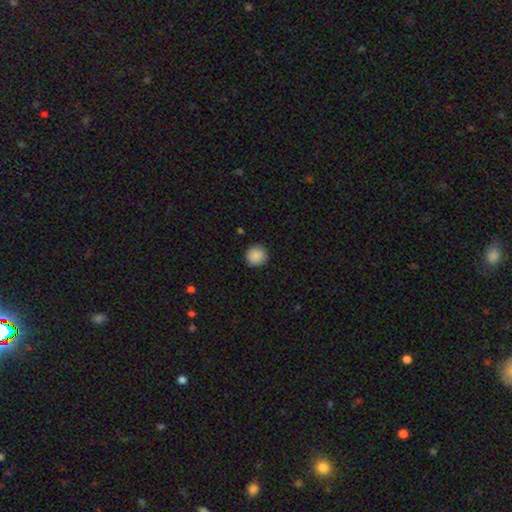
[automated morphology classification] Overall: smooth (89%). How rounded: round (92%). Merging: none (91%).